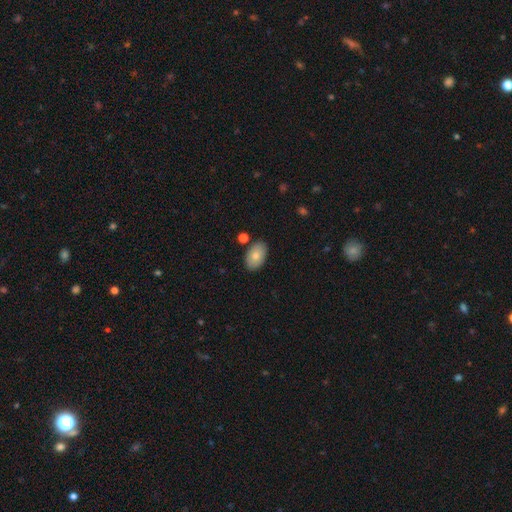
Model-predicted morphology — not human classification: This is clearly a smooth galaxy (80%). How rounded: clearly in between (92%). Merging: clearly none (84%).